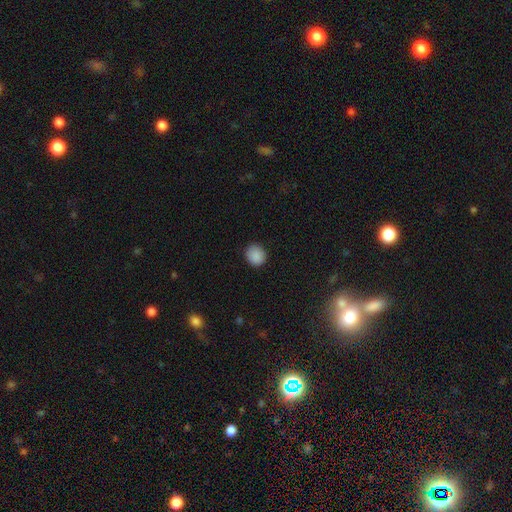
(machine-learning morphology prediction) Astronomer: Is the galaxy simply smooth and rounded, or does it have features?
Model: smooth — 88%.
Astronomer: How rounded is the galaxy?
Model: round — 82%.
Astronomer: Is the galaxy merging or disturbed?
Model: none — 88%.